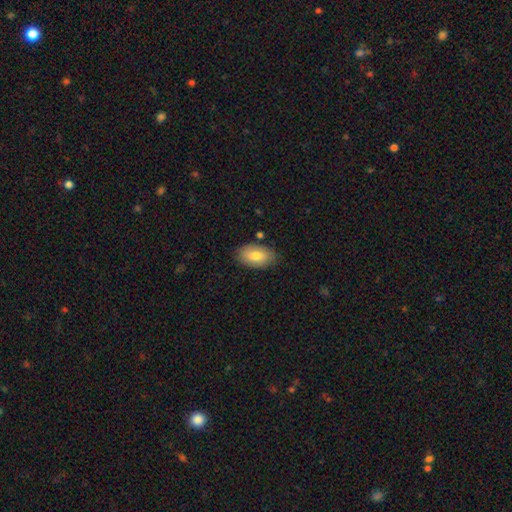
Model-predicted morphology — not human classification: Smooth or featured?
  - smooth: 78% *
  - featured or disk: 15%
  - star or artifact: 6%
How rounded?
  - in between: 93% *
  - round: 5%
  - cigar-shaped: 2%
Merging?
  - none: 81% *
  - minor disturbance: 14%
  - major disturbance: 3%
  - merger: 2%